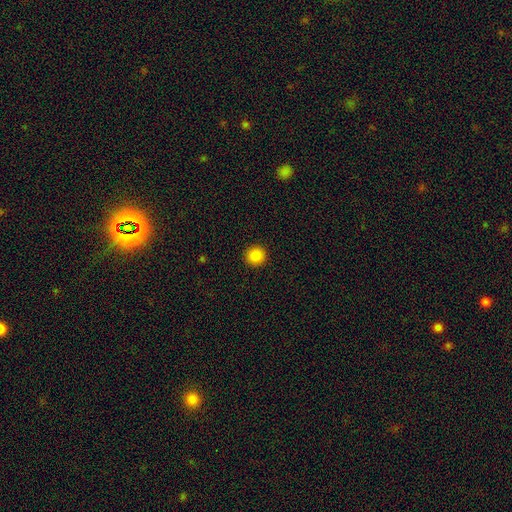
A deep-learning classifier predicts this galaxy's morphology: smooth_or_featured: smooth (p=0.86) [alt: star or artifact p=0.10]
how_rounded: round (p=0.94) [alt: in between p=0.05]
merging: none (p=0.93) [alt: minor disturbance p=0.04]